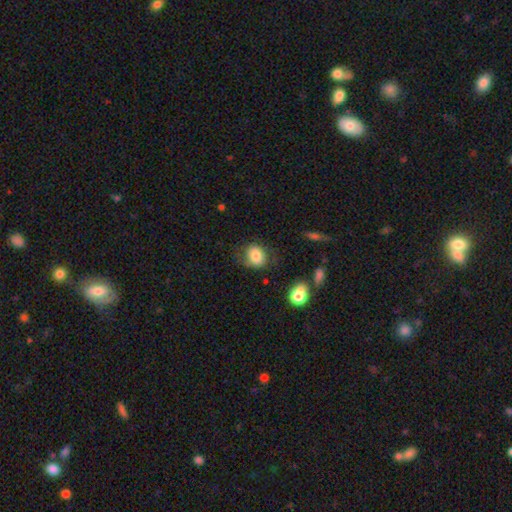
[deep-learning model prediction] smooth 78%, featured or disk 13%, star or artifact 9%. Down the decision tree: how rounded — round (60%); merging — none (65%).